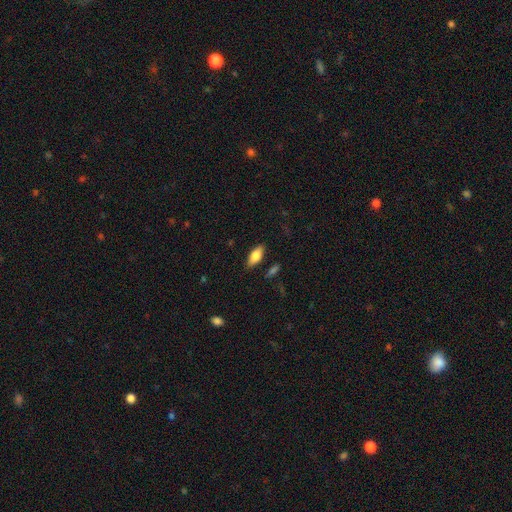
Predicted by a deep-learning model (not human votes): smooth-or-featured: smooth: 75% | featured or disk: 18% | star or artifact: 7%
  how-rounded: in between: 84% | cigar-shaped: 14% | round: 3%
  merging: none: 85% | minor disturbance: 11% | major disturbance: 2% | merger: 2%